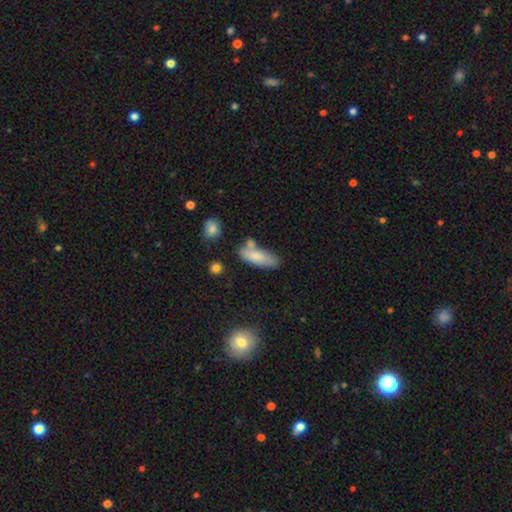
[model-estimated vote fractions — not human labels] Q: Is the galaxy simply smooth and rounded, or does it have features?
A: smooth — 79%.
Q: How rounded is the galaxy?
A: in between — 71%.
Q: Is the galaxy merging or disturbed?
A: none — 53%.